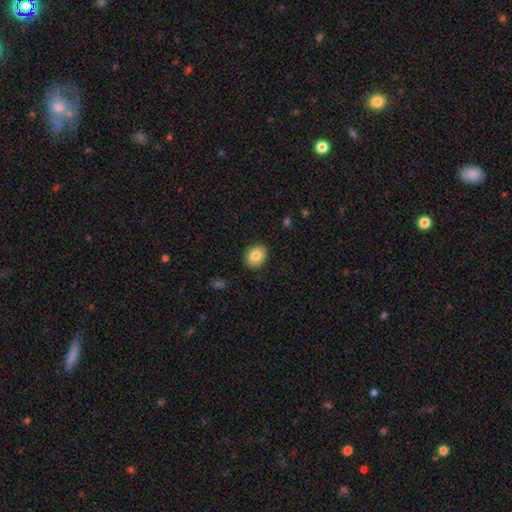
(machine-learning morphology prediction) Overall: smooth (83%). How rounded: round (54%; in between 45%). Merging: none (90%).